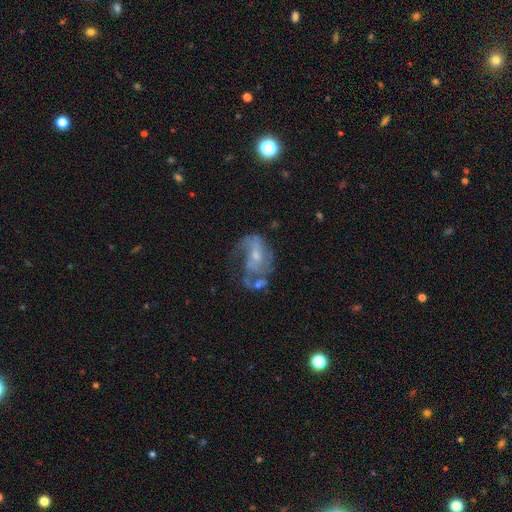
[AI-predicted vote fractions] Overall: featured or disk (72%). Edge-on disk: no (97%). Bar: no (57%; weak 35%). Spiral arms: yes (69%; no 31%). Bulge size: small (51%; moderate 35%). Merging: major disturbance (35%; none 32%).